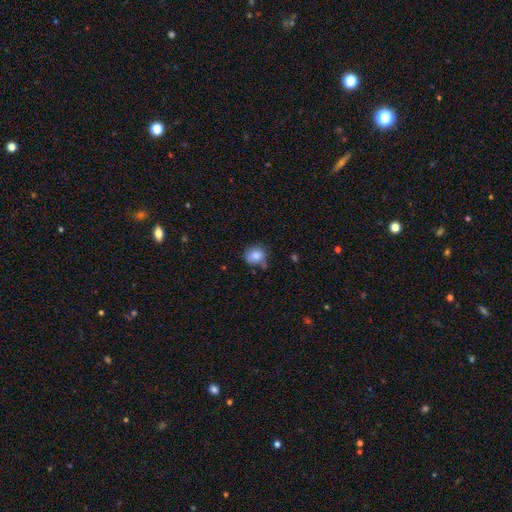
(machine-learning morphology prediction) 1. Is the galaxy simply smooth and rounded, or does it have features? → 83% smooth, 10% star or artifact, 8% featured or disk.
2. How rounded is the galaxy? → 75% round, 24% in between, 1% cigar-shaped.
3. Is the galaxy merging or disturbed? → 61% none, 27% minor disturbance, 7% major disturbance, 6% merger.